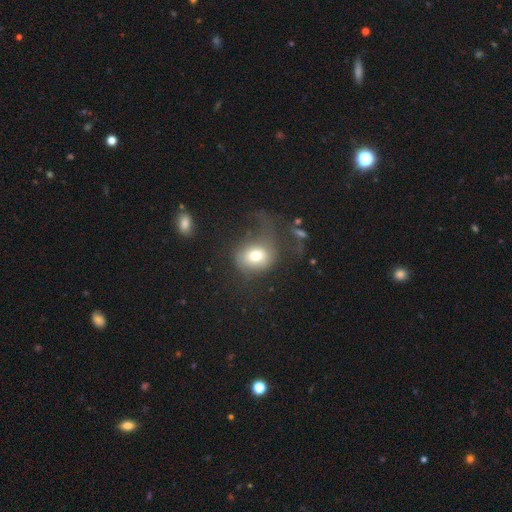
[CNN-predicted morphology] Smooth or featured: smooth — 71% (featured or disk — 18%)
How rounded: round — 59% (in between — 40%)
Merging: major disturbance — 43% (none — 33%)